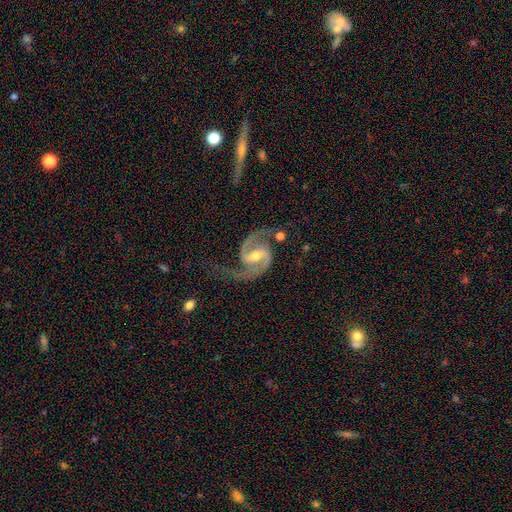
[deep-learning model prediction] A featured or disk galaxy (93%) with a weak bar (48%), 2 (94%) medium (60%) spiral arms (98%) and a moderate central bulge (61%).

Vote fractions:
- Smooth or featured? featured or disk: 93% / star or artifact: 4% / smooth: 3%
- Edge-on disk? no: 98% / yes: 2%
- Bar? weak: 48% / strong: 34% / no: 18%
- Spiral arms? yes: 98% / no: 2%
- Spiral winding? medium: 60% / loose: 26% / tight: 15%
- Spiral arm count? 2: 94% / can't tell: 1% / 1: 1% / 3: 1% / 4: 1% / more than 4: 1%
- Bulge size? moderate: 61% / small: 33% / large: 3% / none: 2% / dominant: 1%
- Merging? none: 69% / minor disturbance: 18% / major disturbance: 11% / merger: 3%